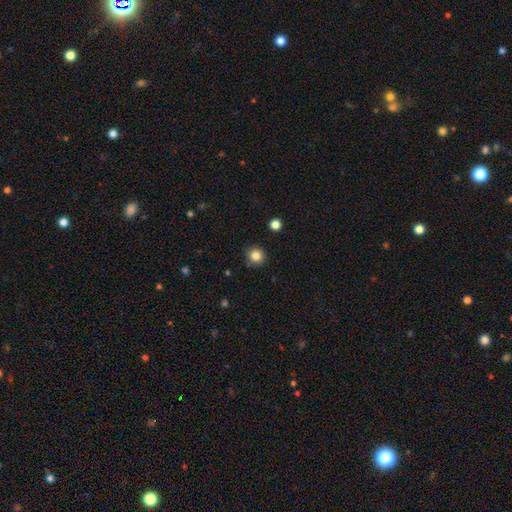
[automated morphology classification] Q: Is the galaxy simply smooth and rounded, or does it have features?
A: smooth — 84%.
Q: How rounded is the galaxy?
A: round — 93%.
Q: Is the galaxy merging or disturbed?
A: none — 89%.